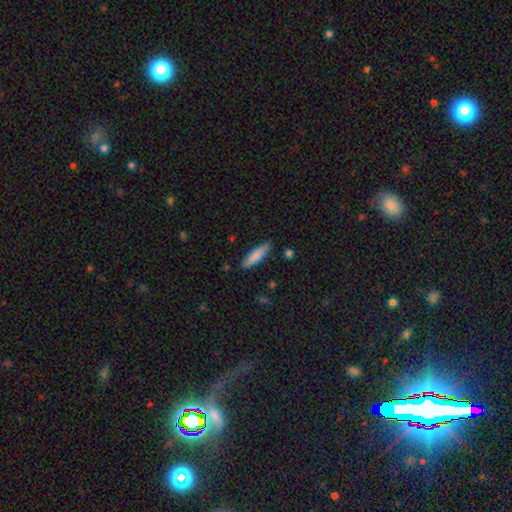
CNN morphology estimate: This is clearly a smooth galaxy (80%). How rounded: likely cigar-shaped (79%). Merging: clearly none (84%).